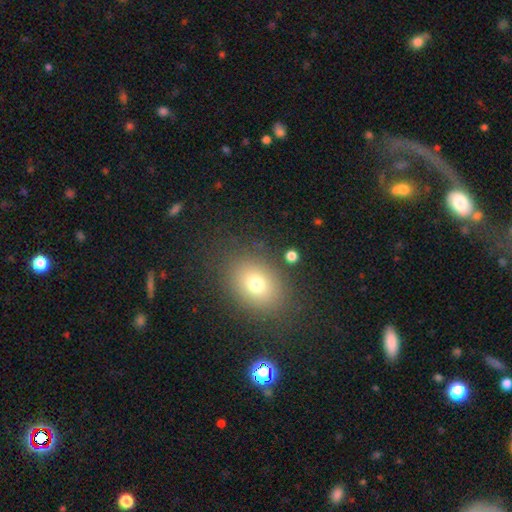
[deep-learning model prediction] Morphology: type=smooth (68%); roundness=in between (52%); merging=none (86%).